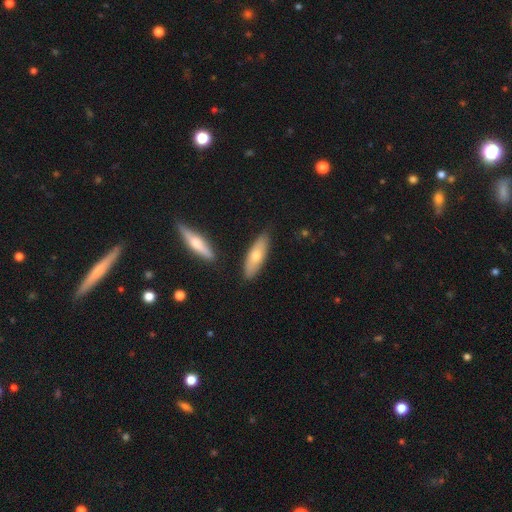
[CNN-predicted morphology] Smooth or featured?
  - smooth: 63% *
  - featured or disk: 31%
  - star or artifact: 6%
How rounded?
  - in between: 52% *
  - cigar-shaped: 46%
  - round: 2%
Merging?
  - none: 82% *
  - minor disturbance: 11%
  - merger: 4%
  - major disturbance: 2%